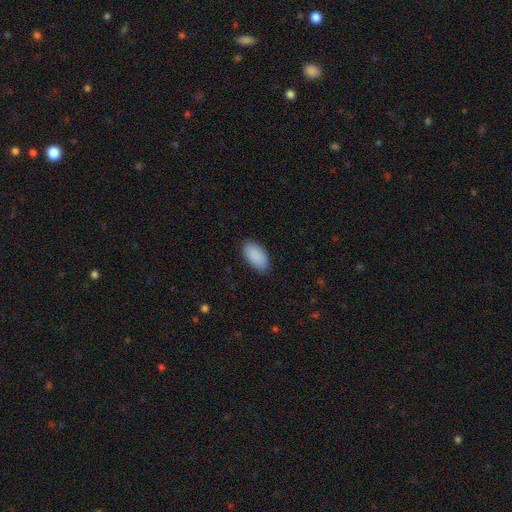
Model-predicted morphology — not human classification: type=smooth (91%); roundness=in between (95%); merging=none (87%).